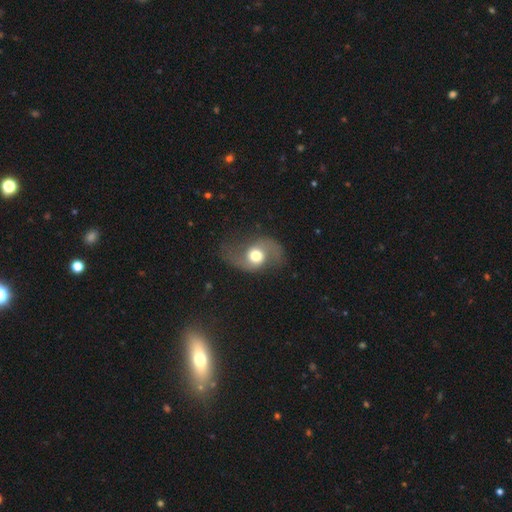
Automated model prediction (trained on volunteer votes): A featured or disk galaxy (76%) with no bar (65%), 2 (92%) loose (65%) spiral arms (91%) and a moderate central bulge (55%).

Vote fractions:
- Smooth or featured? featured or disk: 76% / smooth: 18% / star or artifact: 7%
- Edge-on disk? no: 96% / yes: 4%
- Bar? no: 65% / weak: 27% / strong: 9%
- Spiral arms? yes: 91% / no: 9%
- Spiral winding? loose: 65% / medium: 29% / tight: 5%
- Spiral arm count? 2: 92% / 1: 3% / can't tell: 2% / 3: 1% / 4: 1% / more than 4: 1%
- Bulge size? moderate: 55% / large: 33% / small: 5% / dominant: 5% / none: 1%
- Merging? none: 65% / minor disturbance: 18% / major disturbance: 15% / merger: 2%